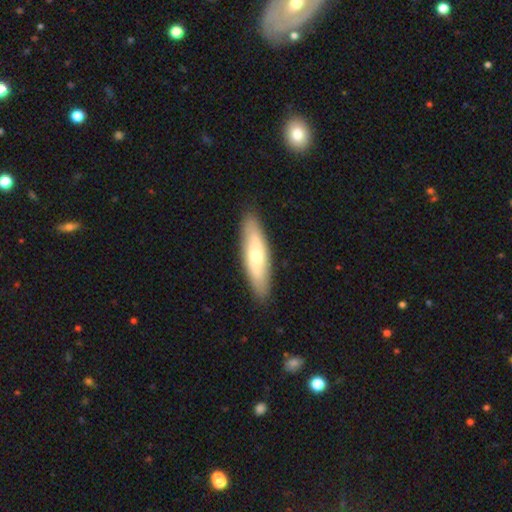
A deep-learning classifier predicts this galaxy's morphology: Smooth or featured? Predicted: smooth (p=0.53). How rounded? Predicted: cigar-shaped (p=0.64). Merging? Predicted: none (p=0.89).